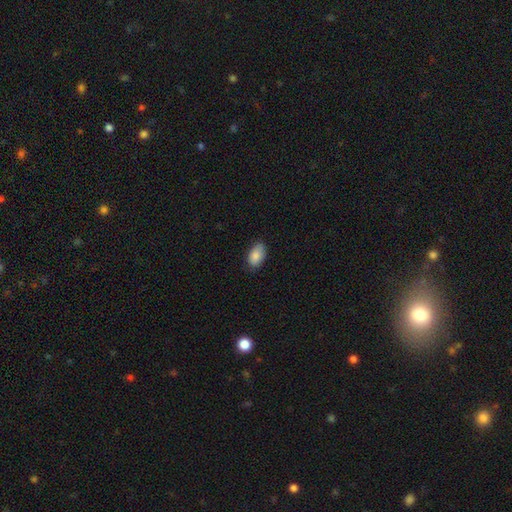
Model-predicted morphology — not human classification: smooth 87%, star or artifact 7%, featured or disk 7%. Down the decision tree: how rounded — in between (92%); merging — none (77%).